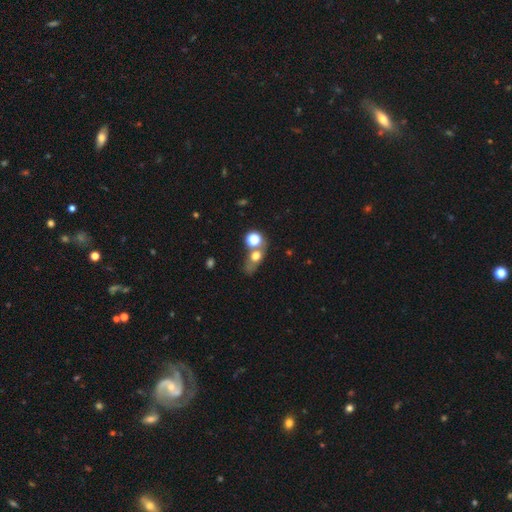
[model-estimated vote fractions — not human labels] This appears to be a smooth galaxy with no disk features (61%) that is in between round and cigar-shaped (52%). Merging: none (44%).